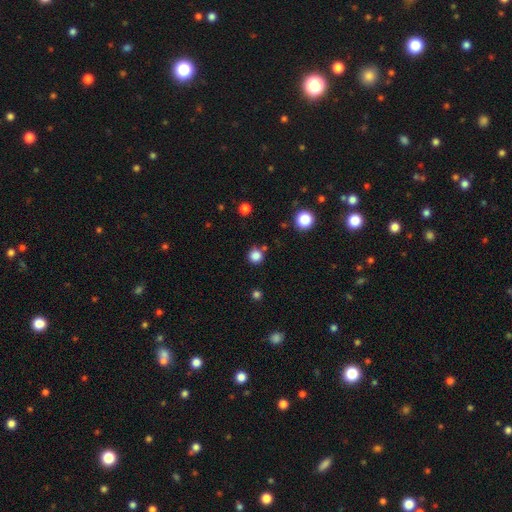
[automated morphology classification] A smooth galaxy with no disk features (83%) that is round (93%).

Vote fractions:
- Smooth or featured? smooth: 83% / star or artifact: 13% / featured or disk: 4%
- How rounded? round: 93% / in between: 6% / cigar-shaped: 1%
- Merging? none: 81% / minor disturbance: 9% / merger: 7% / major disturbance: 3%